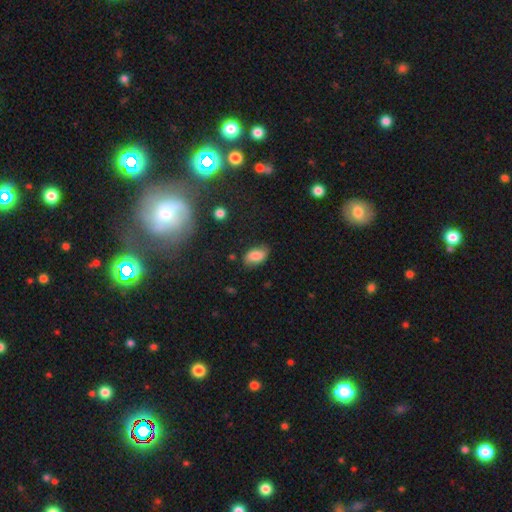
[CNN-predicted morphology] This is clearly a smooth galaxy (80%). How rounded: clearly in between (92%). Merging: likely none (76%).